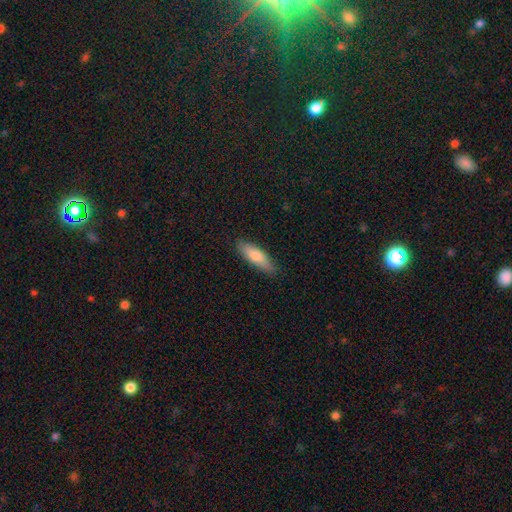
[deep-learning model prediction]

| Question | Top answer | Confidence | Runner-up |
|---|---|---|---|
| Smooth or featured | smooth | 75% | featured or disk (19%) |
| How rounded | cigar-shaped | 58% | in between (41%) |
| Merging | none | 86% | minor disturbance (11%) |